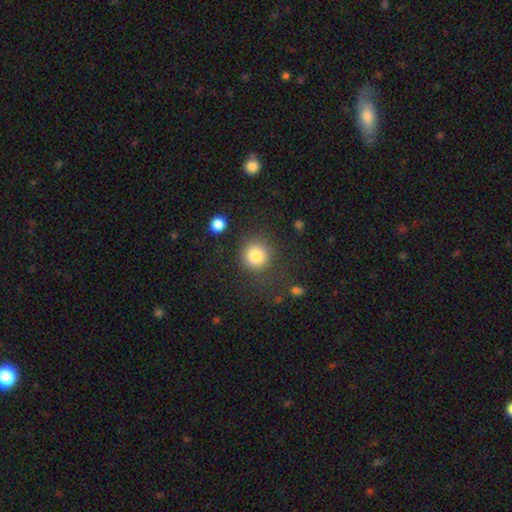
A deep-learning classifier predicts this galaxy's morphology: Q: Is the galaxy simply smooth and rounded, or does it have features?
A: smooth — 84%.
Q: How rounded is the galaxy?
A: round — 90%.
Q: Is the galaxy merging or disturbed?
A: none — 79%.